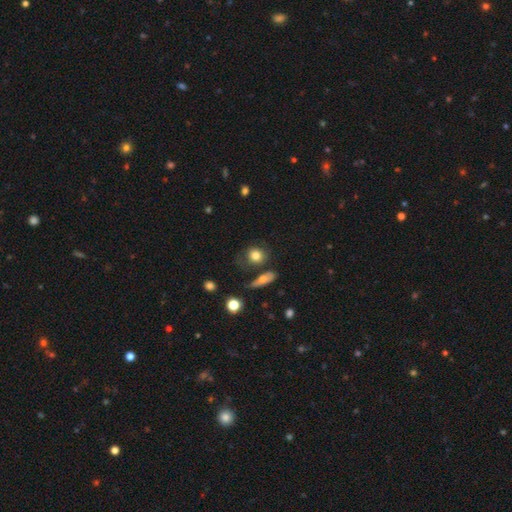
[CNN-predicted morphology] Q: Smooth or featured?
A: smooth (79%); runner-up: featured or disk (12%)
Q: How rounded?
A: round (68%); runner-up: in between (30%)
Q: Merging?
A: none (61%); runner-up: minor disturbance (19%)